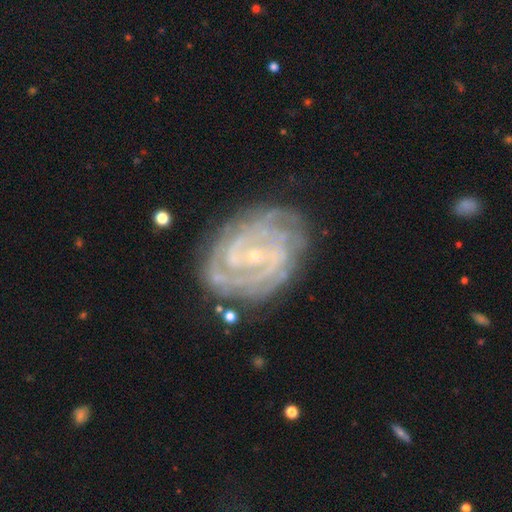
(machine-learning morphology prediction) A featured or disk galaxy (90%) with no bar (50%), 2 (31%) tight (76%) spiral arms (98%) and a small central bulge (84%). Merging: none (77%).